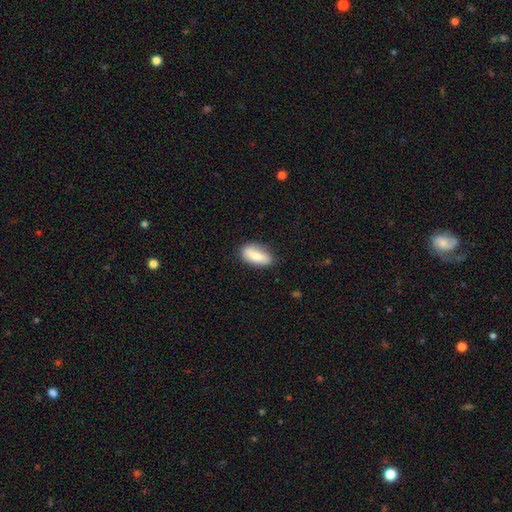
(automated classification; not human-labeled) Q: Smooth or featured?
A: smooth (78%); runner-up: featured or disk (16%)
Q: How rounded?
A: in between (83%); runner-up: cigar-shaped (14%)
Q: Merging?
A: none (78%); runner-up: minor disturbance (17%)